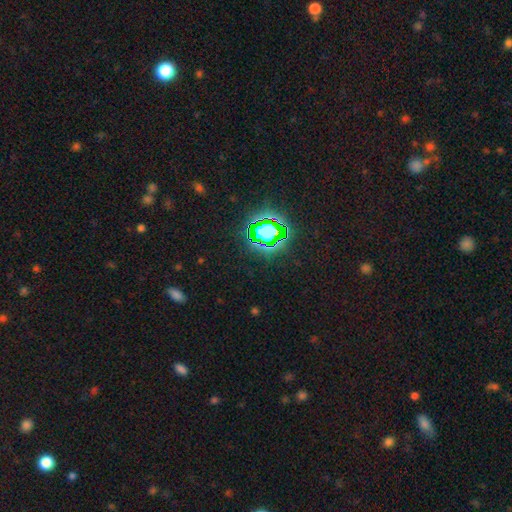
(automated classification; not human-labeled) This is likely a star or artifact rather than a galaxy (78%).